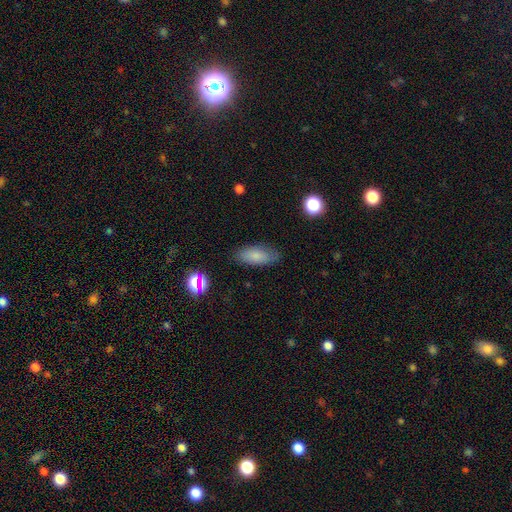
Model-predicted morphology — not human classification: smooth_or_featured: smooth (p=0.80) [alt: featured or disk p=0.11]
how_rounded: in between (p=0.78) [alt: cigar-shaped p=0.20]
merging: none (p=0.82) [alt: minor disturbance p=0.14]